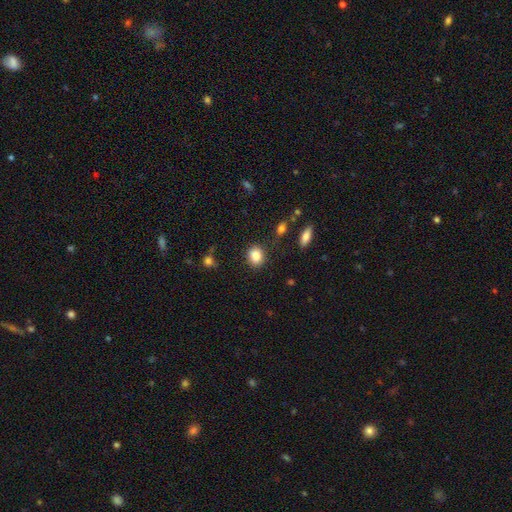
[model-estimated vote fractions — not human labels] A smooth galaxy with no disk features (85%) that is round (54%). Merging: none (85%).